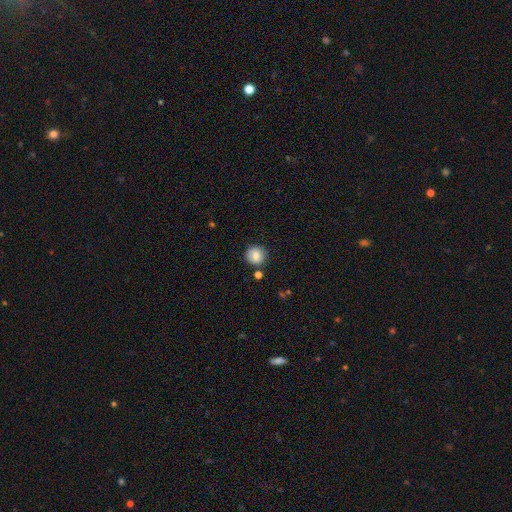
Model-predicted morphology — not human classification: type=smooth (79%); roundness=round (91%); merging=none (82%).